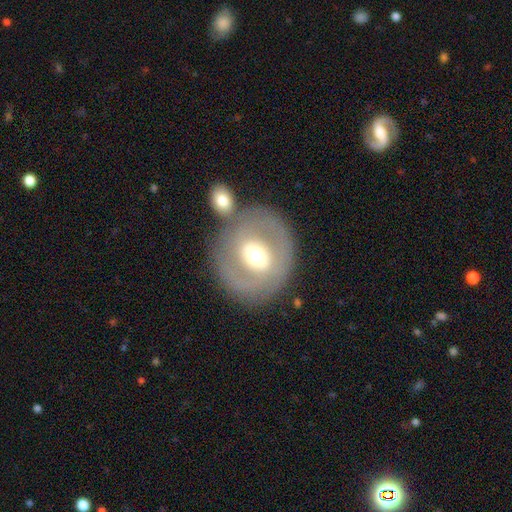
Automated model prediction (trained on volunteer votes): This appears to be a featured or disk galaxy (54%) with a weak bar (42%), no spiral arms (69%) and a moderate central bulge (68%). Merging: none (68%).